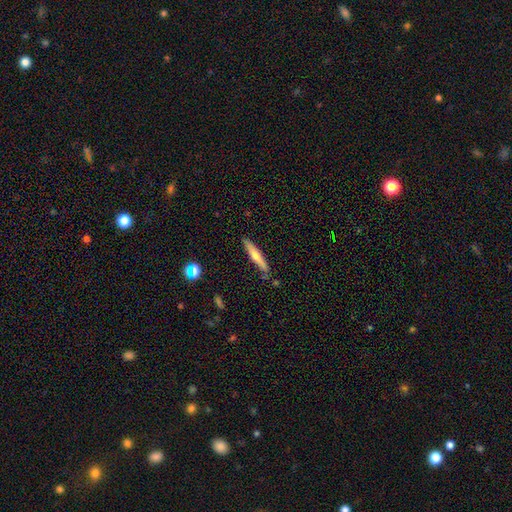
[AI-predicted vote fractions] featured or disk 49%, smooth 45%, star or artifact 7%. Down the decision tree: merging — none (84%).